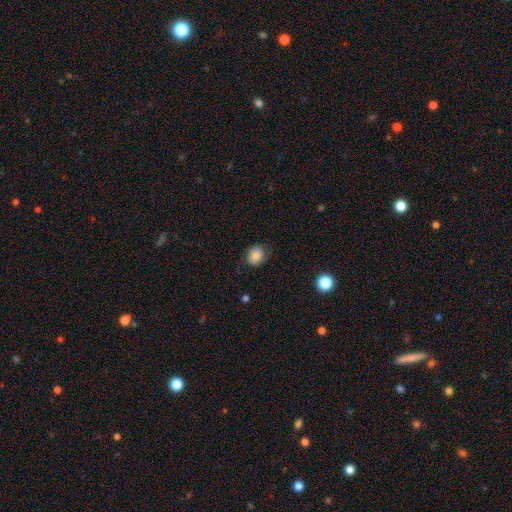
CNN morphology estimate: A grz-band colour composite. It shows a smooth galaxy with no disk features (83%) that is round (66%). Merging: none (75%).